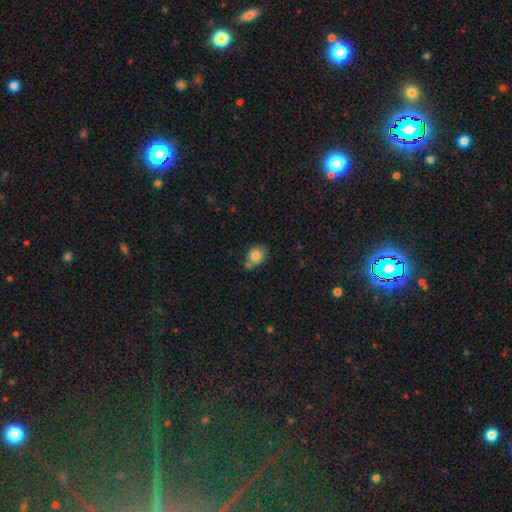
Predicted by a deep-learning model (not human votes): Smooth or featured: smooth — 83% (star or artifact — 9%)
How rounded: round — 74% (in between — 25%)
Merging: none — 59% (minor disturbance — 19%)